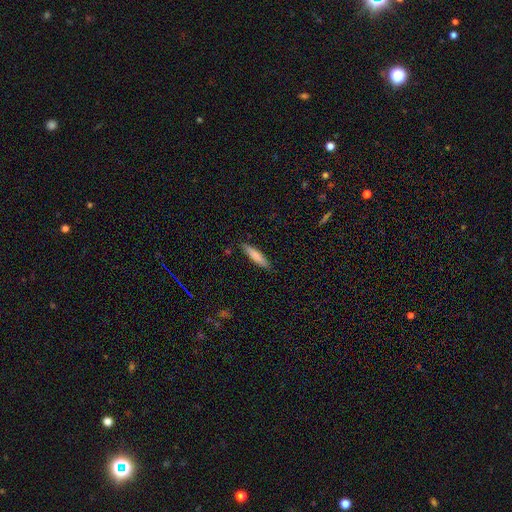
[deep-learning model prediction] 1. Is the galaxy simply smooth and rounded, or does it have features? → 76% smooth, 18% featured or disk, 6% star or artifact.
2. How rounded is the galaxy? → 84% cigar-shaped, 15% in between, 1% round.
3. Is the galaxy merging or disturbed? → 87% none, 9% minor disturbance, 2% major disturbance, 1% merger.